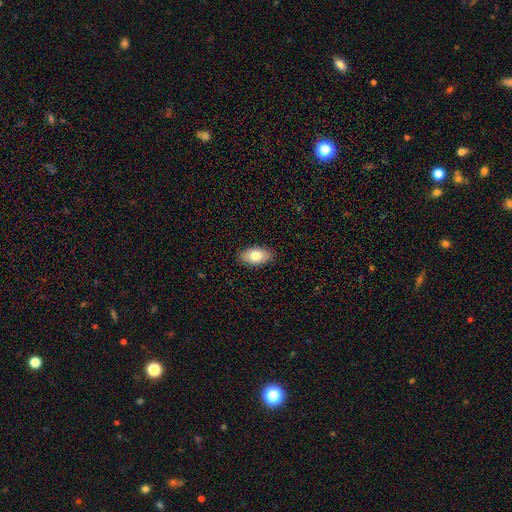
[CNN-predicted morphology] type=smooth (78%); roundness=in between (93%); merging=none (89%).